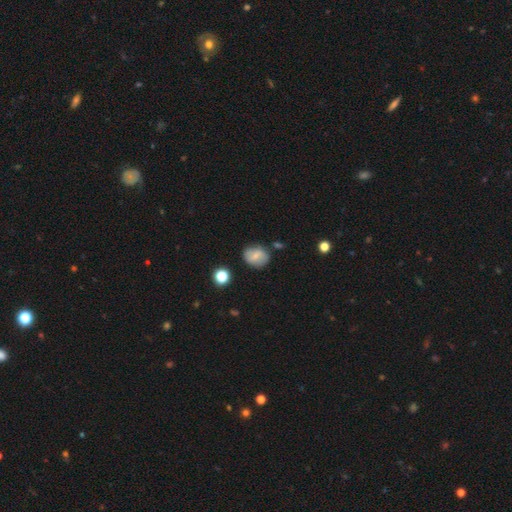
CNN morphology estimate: A smooth galaxy with no disk features (64%) that is round (57%). Merging: none (75%).